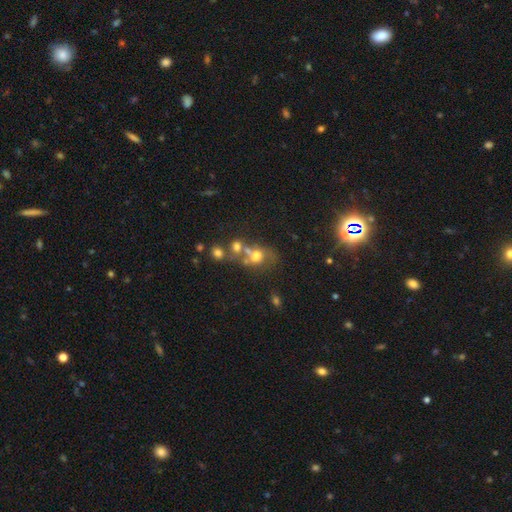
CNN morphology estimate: This appears to be a smooth galaxy with no disk features (54%) that is round (54%). Merging: merger (44%).